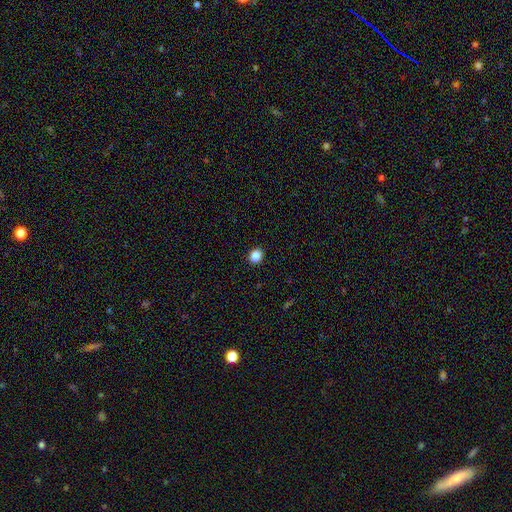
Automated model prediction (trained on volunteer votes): smooth_or_featured: smooth (p=0.86) [alt: star or artifact p=0.10]
how_rounded: round (p=0.72) [alt: in between p=0.27]
merging: none (p=0.92) [alt: minor disturbance p=0.05]